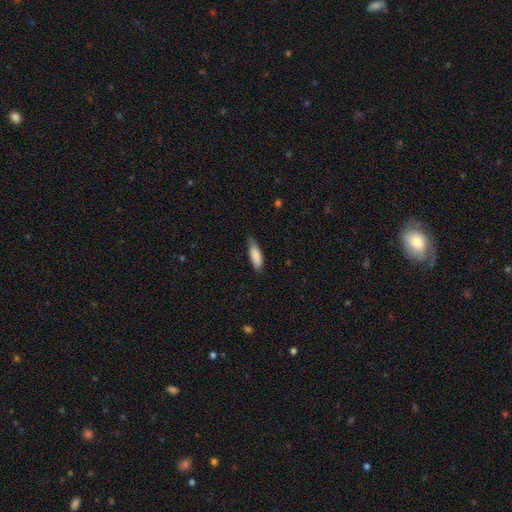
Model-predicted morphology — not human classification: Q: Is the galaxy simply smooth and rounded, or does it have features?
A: smooth — 85%.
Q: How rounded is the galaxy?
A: in between — 57%.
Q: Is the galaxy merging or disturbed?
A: none — 60%.